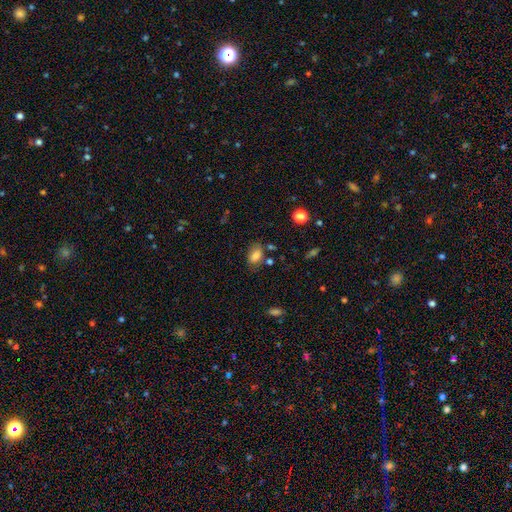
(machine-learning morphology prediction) This appears to be a smooth galaxy with no disk features (78%) that is in between round and cigar-shaped (89%). Merging: none (67%).